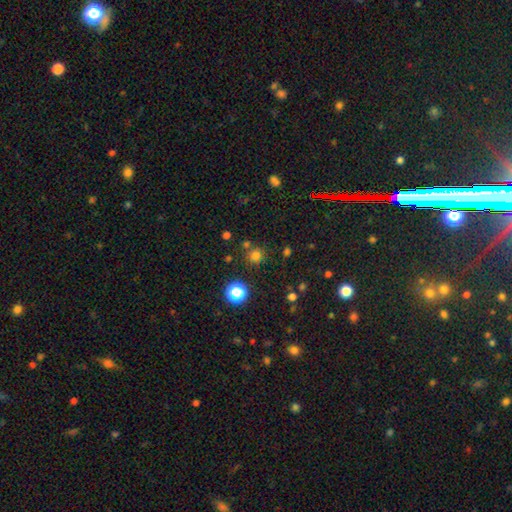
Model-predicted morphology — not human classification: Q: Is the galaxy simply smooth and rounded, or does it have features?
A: smooth — 71%.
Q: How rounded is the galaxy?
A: round — 92%.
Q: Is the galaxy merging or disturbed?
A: none — 77%.